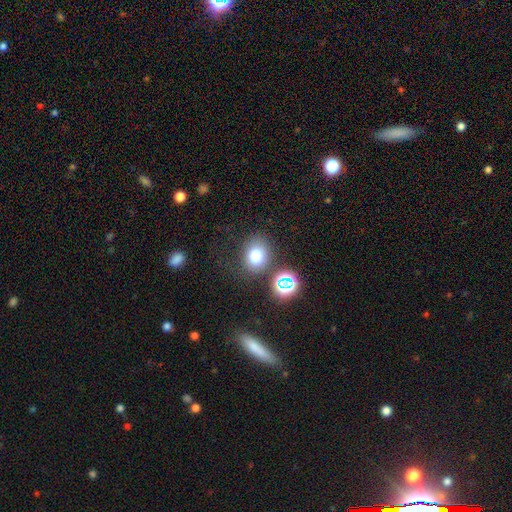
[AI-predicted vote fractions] This appears to be a smooth galaxy with no disk features (75%) that is round (56%). Merging: none (74%).